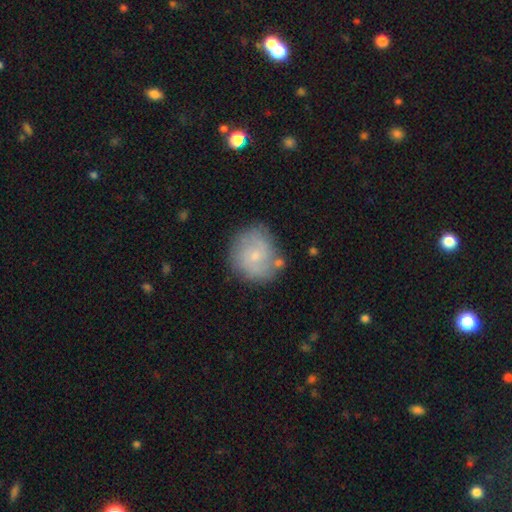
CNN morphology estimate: smooth-or-featured: featured or disk: 47% | smooth: 45% | star or artifact: 8%
  merging: none: 72% | minor disturbance: 18% | major disturbance: 5% | merger: 5%